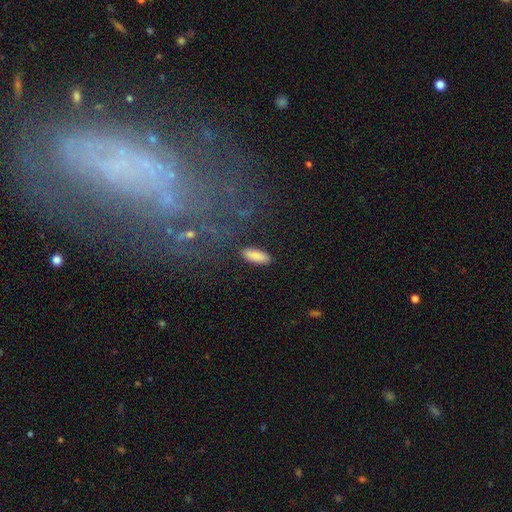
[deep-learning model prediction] Smooth or featured: smooth — 86% (star or artifact — 7%)
How rounded: in between — 71% (cigar-shaped — 27%)
Merging: none — 86% (minor disturbance — 10%)